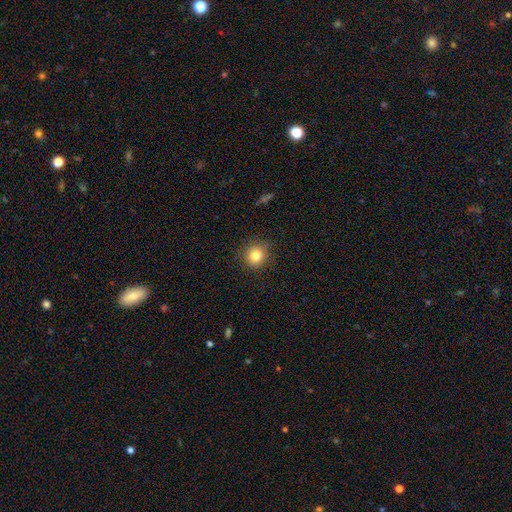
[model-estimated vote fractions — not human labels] Overall: smooth (82%). How rounded: round (89%). Merging: none (89%).